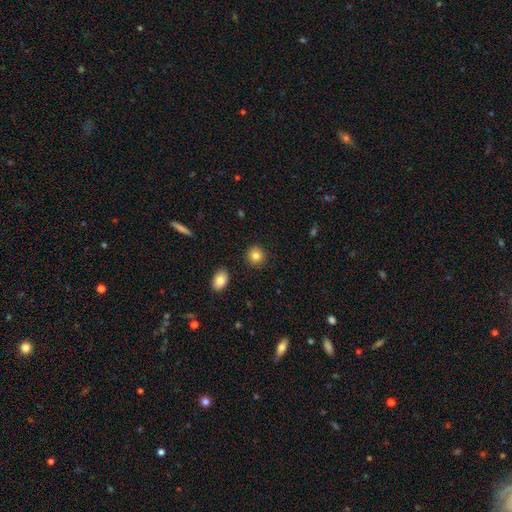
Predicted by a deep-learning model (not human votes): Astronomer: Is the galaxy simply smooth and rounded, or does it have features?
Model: smooth — 83%.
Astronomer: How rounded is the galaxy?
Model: round — 89%.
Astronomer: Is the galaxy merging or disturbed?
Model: none — 90%.